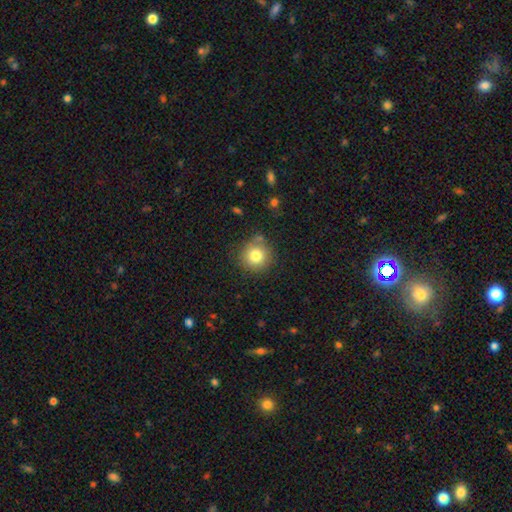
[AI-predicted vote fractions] This appears to be a smooth galaxy with no disk features (79%) that is round (93%). Merging: none (78%).